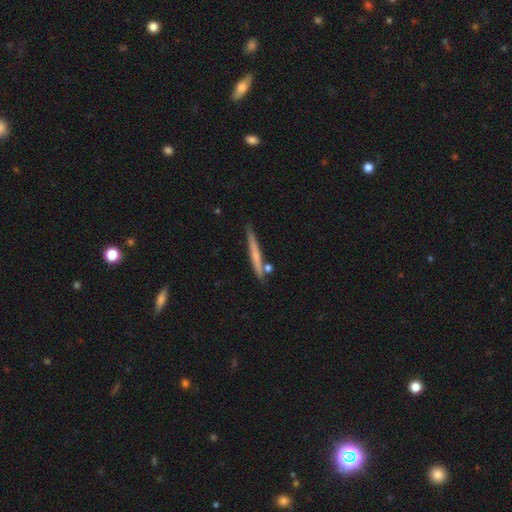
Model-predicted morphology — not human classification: Smooth or featured? smooth (53%)
How rounded? cigar-shaped (96%)
Merging? none (82%)